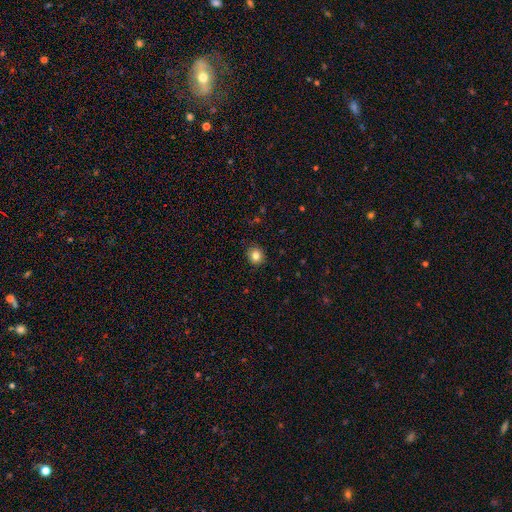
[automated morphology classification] smooth_or_featured: smooth (p=0.83) [alt: star or artifact p=0.10]
how_rounded: round (p=0.81) [alt: in between p=0.18]
merging: none (p=0.90) [alt: minor disturbance p=0.07]